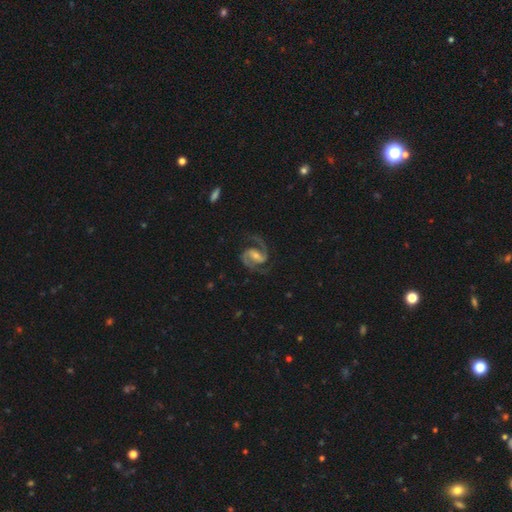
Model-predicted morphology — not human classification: featured or disk 92%, star or artifact 4%, smooth 4%. Down the decision tree: edge-on disk — no (98%); bar — weak (43%); spiral arms — yes (98%); spiral arm count — 2 (94%); spiral winding — medium (65%); bulge size — small (47%); merging — none (78%).